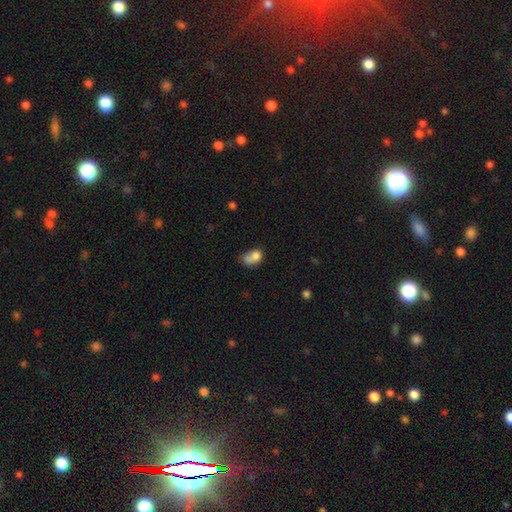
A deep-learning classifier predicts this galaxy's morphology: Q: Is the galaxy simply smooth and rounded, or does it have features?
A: smooth — 74%.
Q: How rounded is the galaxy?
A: in between — 71%.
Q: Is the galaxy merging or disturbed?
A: merger — 36%.